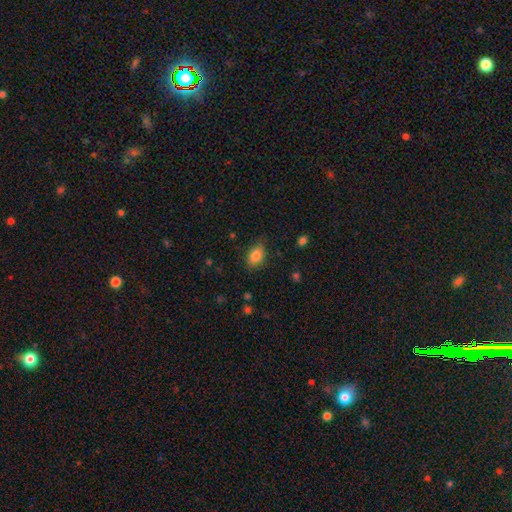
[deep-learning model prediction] smooth 85%, star or artifact 9%, featured or disk 7%. Down the decision tree: how rounded — in between (83%); merging — none (79%).